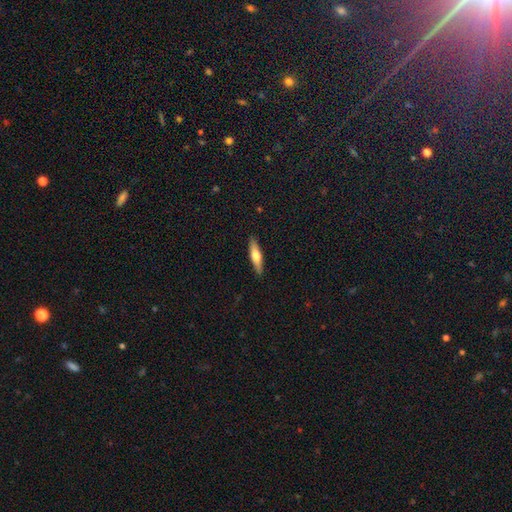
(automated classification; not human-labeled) Overall: smooth (58%; featured or disk 37%). How rounded: cigar-shaped (76%). Merging: none (89%).